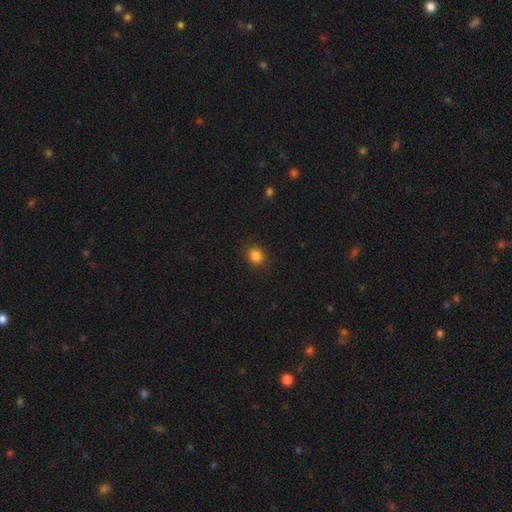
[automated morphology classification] The model was most divided on "how rounded": round: 82%, in between: 17%, cigar-shaped: 1%. More confident: merging — none (90%); smooth or featured — smooth (85%).